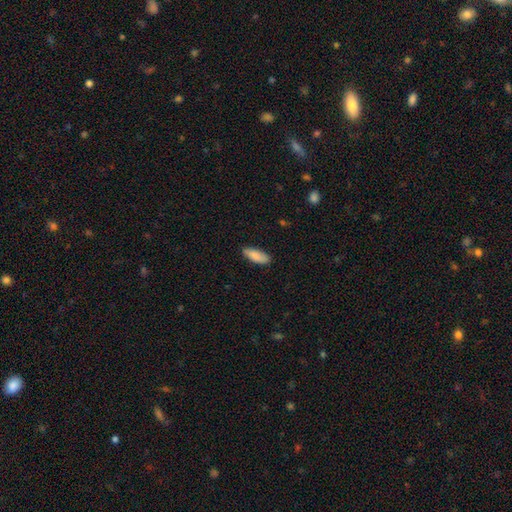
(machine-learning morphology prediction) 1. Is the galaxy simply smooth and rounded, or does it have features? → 88% smooth, 6% featured or disk, 6% star or artifact.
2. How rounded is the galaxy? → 76% in between, 22% cigar-shaped, 2% round.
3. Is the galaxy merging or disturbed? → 84% none, 13% minor disturbance, 2% major disturbance, 1% merger.